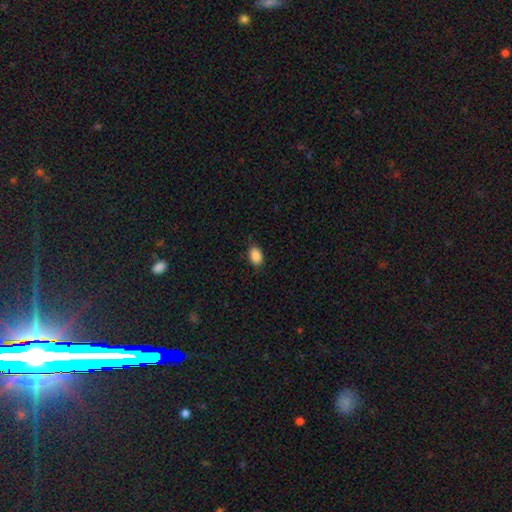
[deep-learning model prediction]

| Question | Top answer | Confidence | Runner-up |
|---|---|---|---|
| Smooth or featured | smooth | 88% | star or artifact (8%) |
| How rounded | in between | 84% | round (15%) |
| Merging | none | 81% | minor disturbance (15%) |